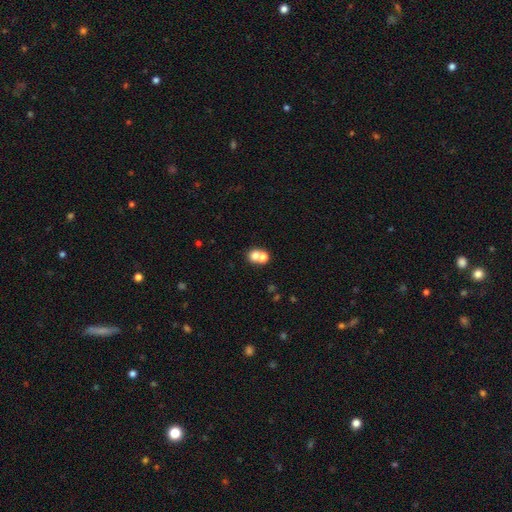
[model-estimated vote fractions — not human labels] Morphology: type=smooth (70%); roundness=round (73%); merging=merger (59%).